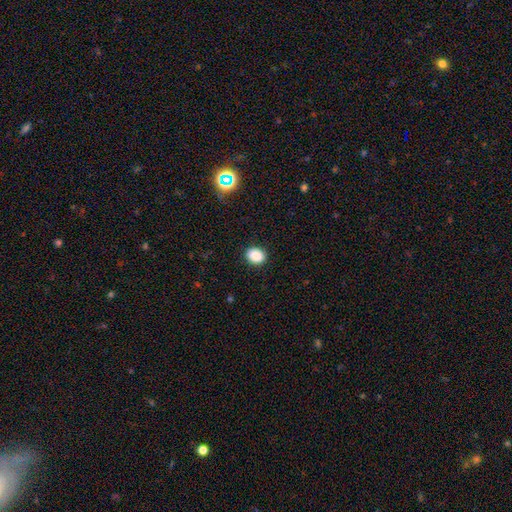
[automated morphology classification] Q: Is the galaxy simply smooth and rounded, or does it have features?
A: smooth — 88%.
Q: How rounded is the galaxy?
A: in between — 50%.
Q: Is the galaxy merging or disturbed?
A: none — 90%.